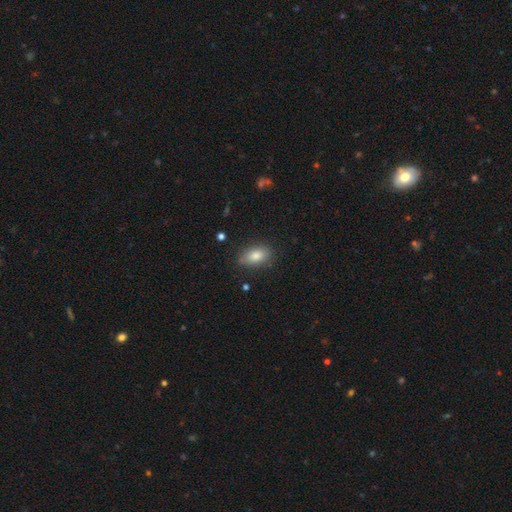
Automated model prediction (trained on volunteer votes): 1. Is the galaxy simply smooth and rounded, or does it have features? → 82% smooth, 9% featured or disk, 8% star or artifact.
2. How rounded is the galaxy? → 87% in between, 9% round, 4% cigar-shaped.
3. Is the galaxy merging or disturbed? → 82% none, 14% minor disturbance, 3% major disturbance, 1% merger.